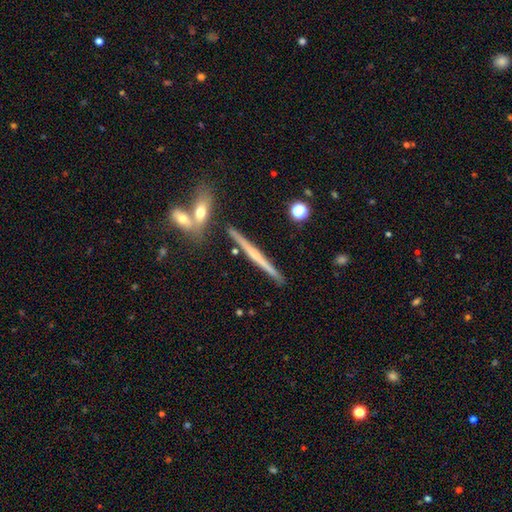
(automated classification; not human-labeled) Overall: featured or disk (62%; smooth 31%). Edge-on disk: yes (97%). Edge-on bulge: none (61%; rounded 32%). Merging: none (85%).